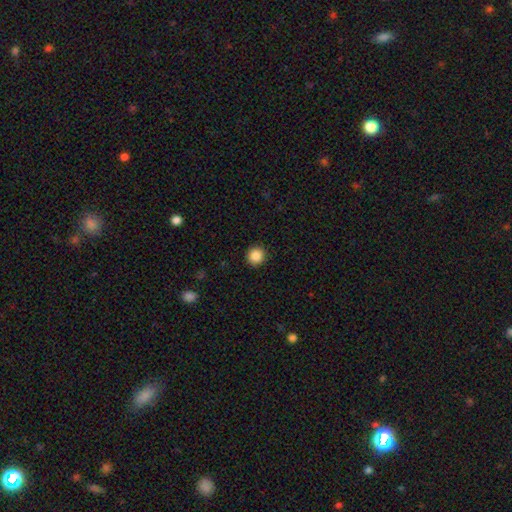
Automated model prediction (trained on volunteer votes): A smooth galaxy with no disk features (87%) that is round (95%).

Vote fractions:
- Smooth or featured? smooth: 87% / star or artifact: 10% / featured or disk: 4%
- How rounded? round: 95% / in between: 4% / cigar-shaped: 1%
- Merging? none: 92% / minor disturbance: 5% / major disturbance: 2% / merger: 1%